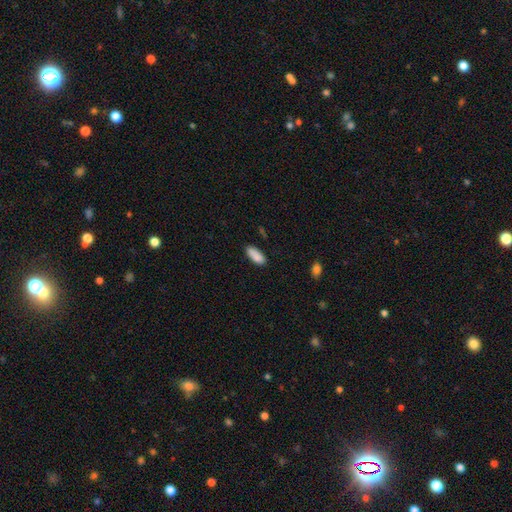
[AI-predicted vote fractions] smooth-or-featured: smooth: 87% | star or artifact: 7% | featured or disk: 6%
  how-rounded: in between: 83% | cigar-shaped: 15% | round: 2%
  merging: none: 79% | minor disturbance: 15% | major disturbance: 3% | merger: 2%